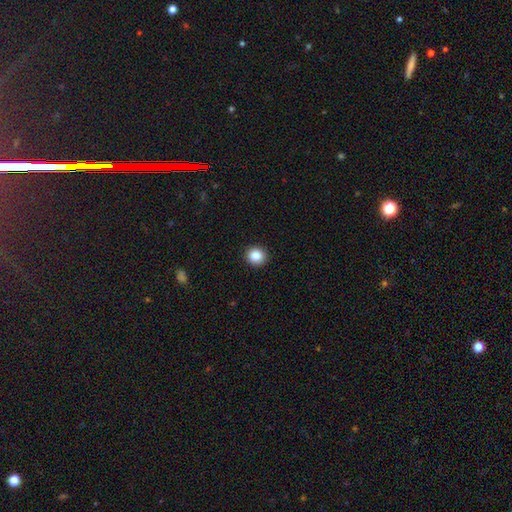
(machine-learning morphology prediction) Q: Smooth or featured?
A: smooth (87%); runner-up: star or artifact (10%)
Q: How rounded?
A: round (90%); runner-up: in between (9%)
Q: Merging?
A: none (92%); runner-up: minor disturbance (5%)